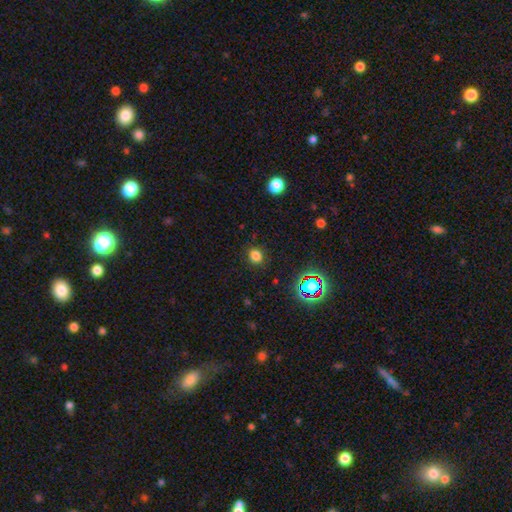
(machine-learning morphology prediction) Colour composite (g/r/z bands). It shows a smooth galaxy with no disk features (77%) that is round (77%). Merging: none (88%).